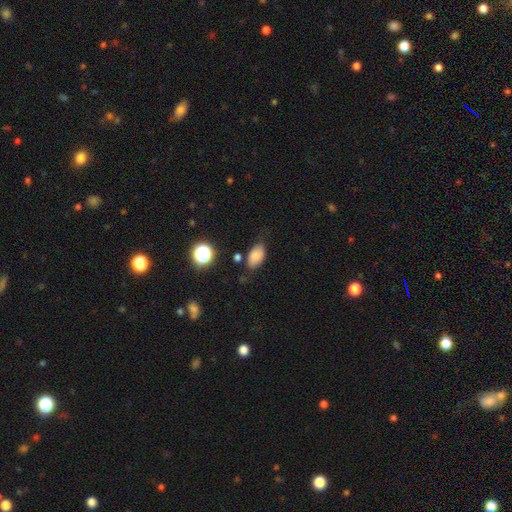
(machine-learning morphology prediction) Smooth or featured: smooth — 80% (star or artifact — 11%)
How rounded: in between — 90% (round — 8%)
Merging: none — 72% (minor disturbance — 20%)